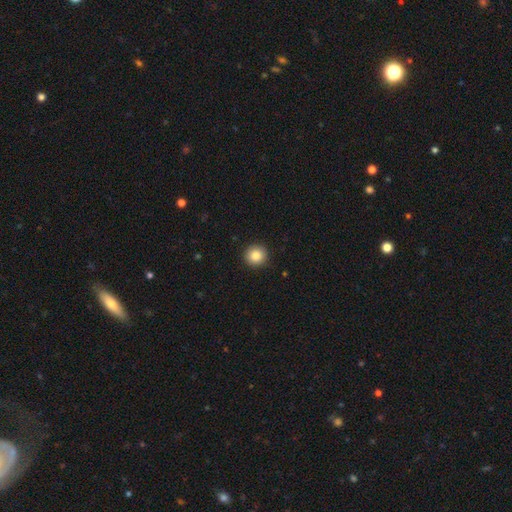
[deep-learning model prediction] smooth-or-featured: smooth: 87% | star or artifact: 9% | featured or disk: 4%
  how-rounded: round: 93% | in between: 6% | cigar-shaped: 1%
  merging: none: 92% | minor disturbance: 6% | major disturbance: 2% | merger: 1%